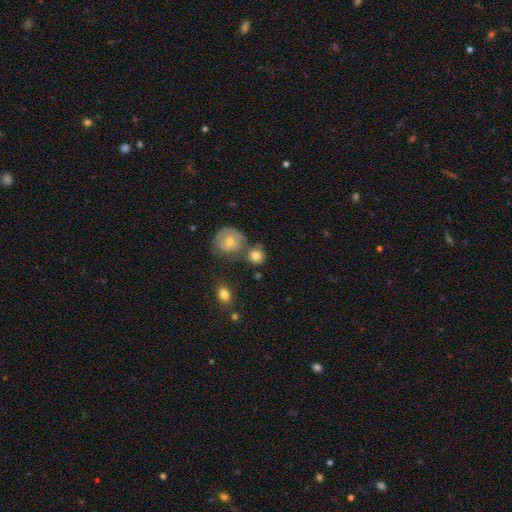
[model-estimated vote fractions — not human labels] This appears to be a smooth galaxy with no disk features (78%) that is round (84%). Merging: none (60%).